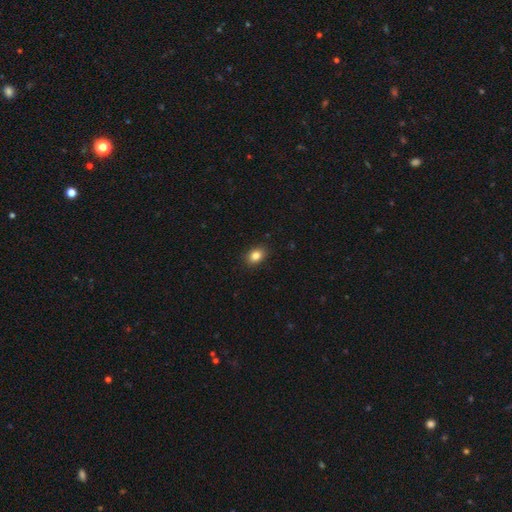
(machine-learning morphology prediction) Smooth or featured? Predicted: smooth (p=0.85). How rounded? Predicted: in between (p=0.72). Merging? Predicted: none (p=0.89).